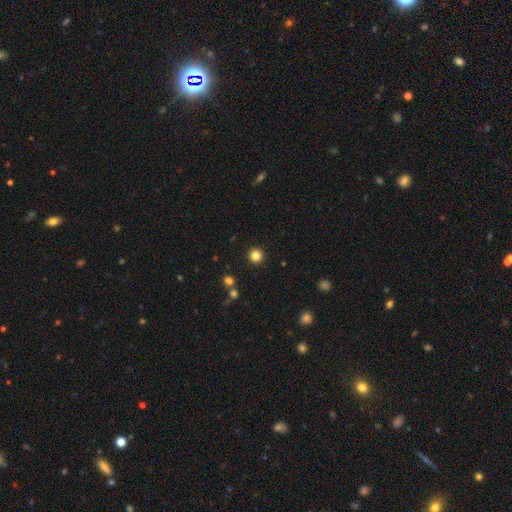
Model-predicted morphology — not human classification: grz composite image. It shows a smooth galaxy with no disk features (83%) that is round (95%). Merging: none (92%).